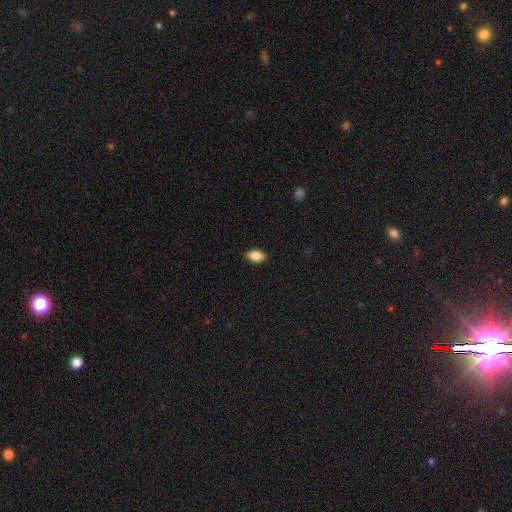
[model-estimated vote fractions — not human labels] smooth_or_featured: smooth (p=0.81) [alt: featured or disk p=0.11]
how_rounded: in between (p=0.89) [alt: round p=0.07]
merging: none (p=0.87) [alt: minor disturbance p=0.10]